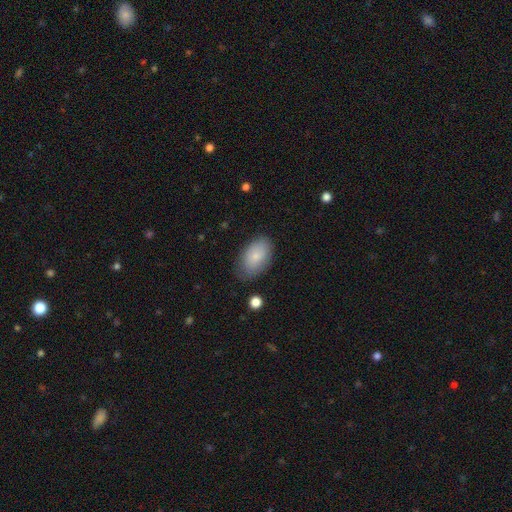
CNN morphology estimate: Smooth or featured? Predicted: smooth (p=0.82). How rounded? Predicted: in between (p=0.93). Merging? Predicted: none (p=0.79).